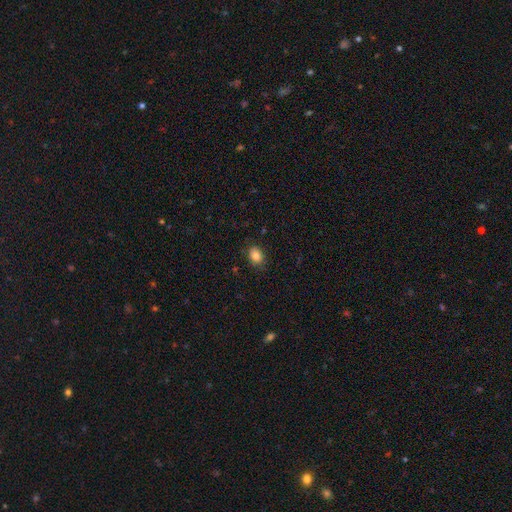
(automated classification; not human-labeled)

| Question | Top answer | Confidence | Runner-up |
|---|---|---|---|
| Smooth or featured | smooth | 82% | star or artifact (10%) |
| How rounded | in between | 64% | round (35%) |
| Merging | none | 83% | minor disturbance (13%) |